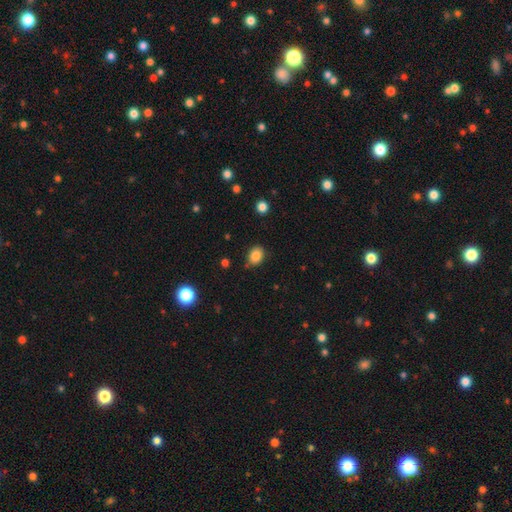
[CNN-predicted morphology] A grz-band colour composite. It shows a smooth galaxy with no disk features (85%) that is in between round and cigar-shaped (58%). Merging: none (78%).